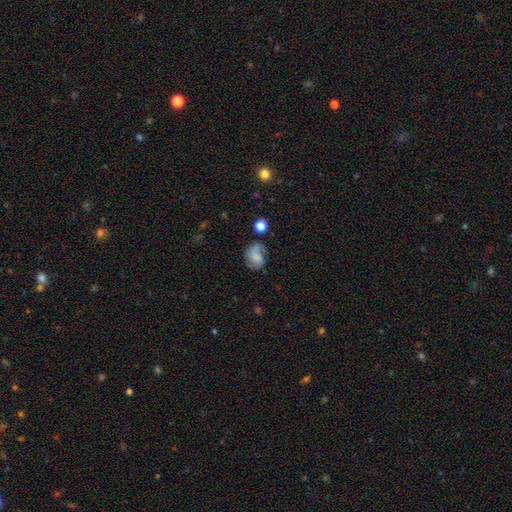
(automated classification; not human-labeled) A smooth galaxy with no disk features (53%) that is round (54%).

Vote fractions:
- Smooth or featured? smooth: 53% / featured or disk: 36% / star or artifact: 10%
- How rounded? round: 54% / in between: 45% / cigar-shaped: 1%
- Merging? none: 53% / minor disturbance: 26% / major disturbance: 14% / merger: 6%